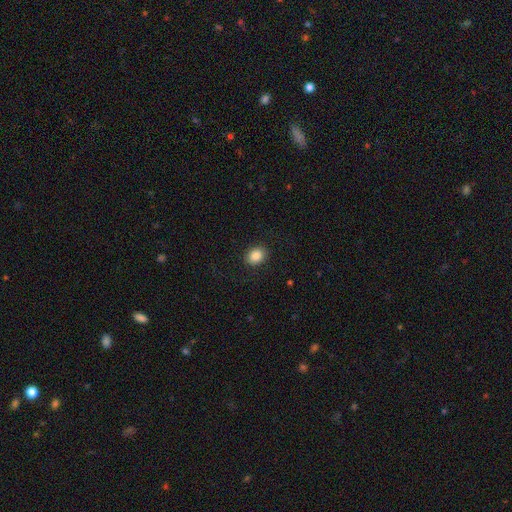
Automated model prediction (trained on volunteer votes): Smooth or featured: smooth — 87% (star or artifact — 9%)
How rounded: in between — 54% (round — 45%)
Merging: none — 89% (minor disturbance — 8%)